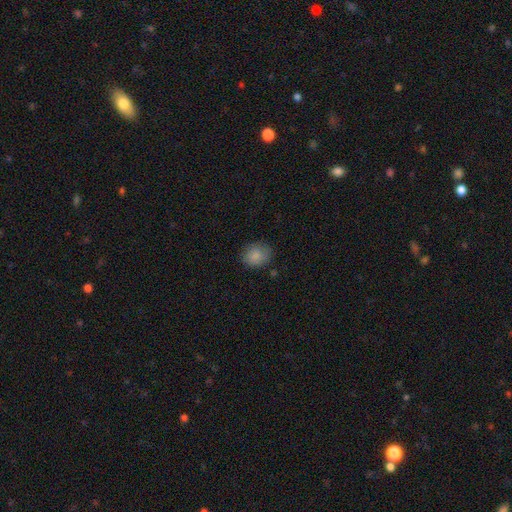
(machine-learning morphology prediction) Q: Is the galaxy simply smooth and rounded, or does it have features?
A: smooth — 86%.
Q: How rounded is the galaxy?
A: round — 66%.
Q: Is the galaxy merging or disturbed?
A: none — 78%.